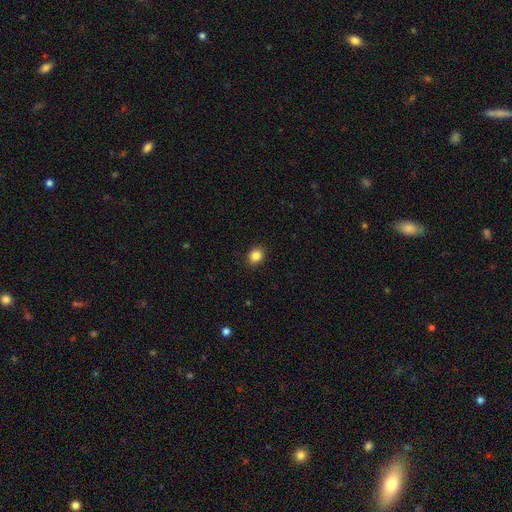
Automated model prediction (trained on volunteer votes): Smooth or featured?
  - smooth: 86% *
  - star or artifact: 10%
  - featured or disk: 4%
How rounded?
  - round: 62% *
  - in between: 38%
  - cigar-shaped: 1%
Merging?
  - none: 90% *
  - minor disturbance: 7%
  - major disturbance: 2%
  - merger: 1%